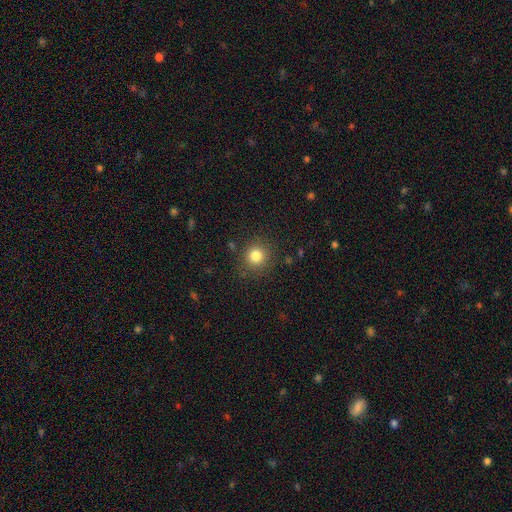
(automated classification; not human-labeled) smooth 82%, star or artifact 12%, featured or disk 6%. Down the decision tree: how rounded — round (91%); merging — none (87%).